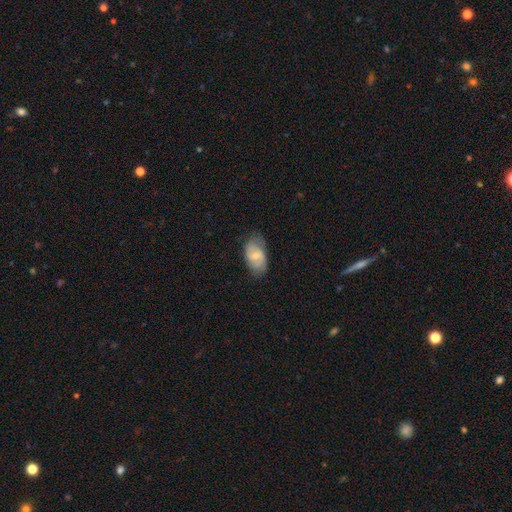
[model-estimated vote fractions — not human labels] A smooth galaxy with no disk features (49%).

Vote fractions:
- Smooth or featured? smooth: 49% / featured or disk: 45% / star or artifact: 7%
- Merging? none: 68% / minor disturbance: 24% / major disturbance: 6% / merger: 1%